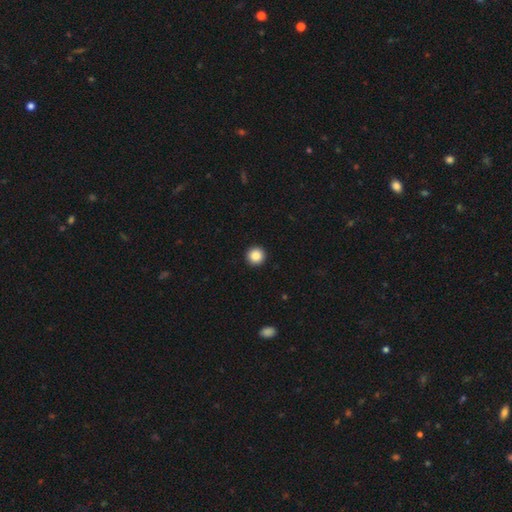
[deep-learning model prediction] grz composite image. It shows a smooth galaxy with no disk features (88%) that is round (96%). Merging: none (94%).